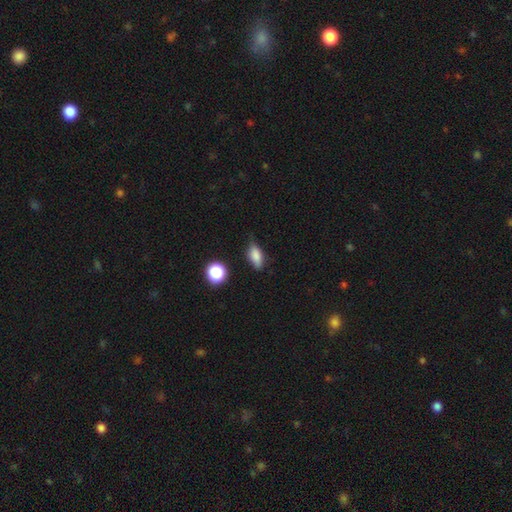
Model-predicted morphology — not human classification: A smooth galaxy with no disk features (79%) that is in between round and cigar-shaped (79%). Merging: none (70%).